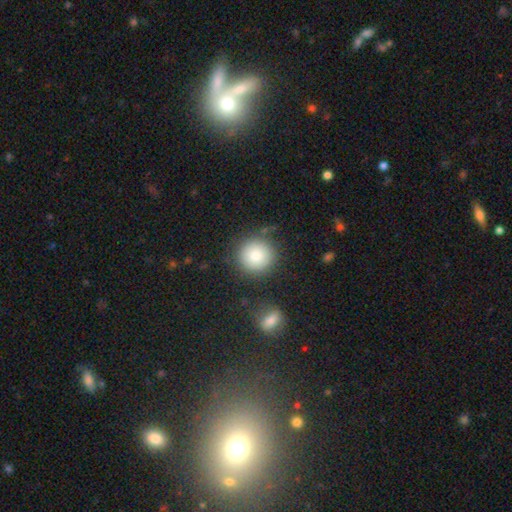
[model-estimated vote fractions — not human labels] Overall: smooth (82%). How rounded: round (94%). Merging: none (84%).